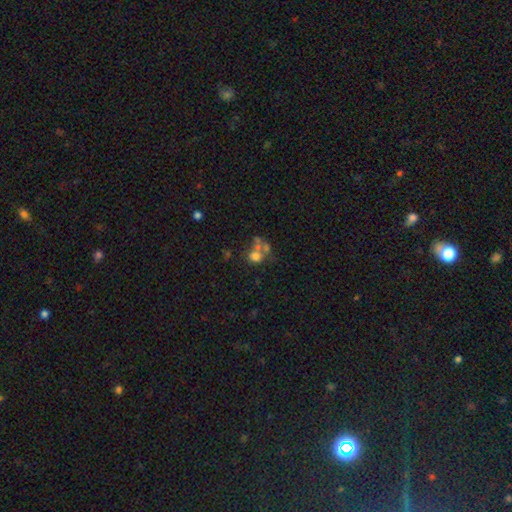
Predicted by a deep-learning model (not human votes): This is possibly a smooth galaxy (47%). Merging: marginally none (42%).